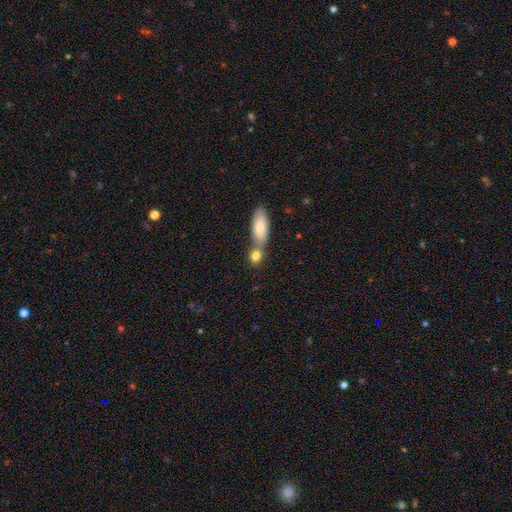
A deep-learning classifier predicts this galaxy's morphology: smooth-or-featured: smooth: 81% | featured or disk: 11% | star or artifact: 8%
  how-rounded: round: 48% | in between: 42% | cigar-shaped: 10%
  merging: none: 50% | merger: 39% | minor disturbance: 9% | major disturbance: 3%